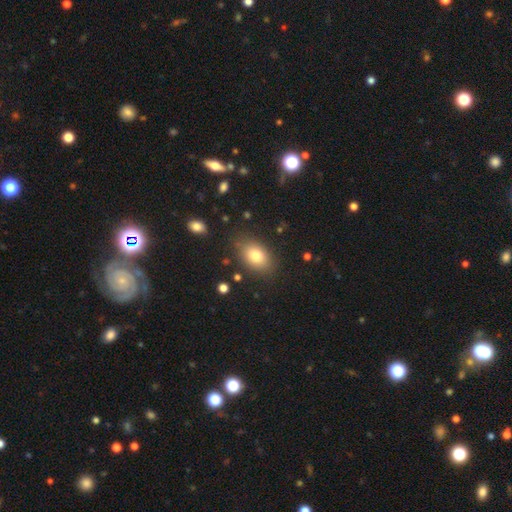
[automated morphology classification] Smooth or featured? Predicted: smooth (p=0.78). How rounded? Predicted: in between (p=0.81). Merging? Predicted: none (p=0.82).